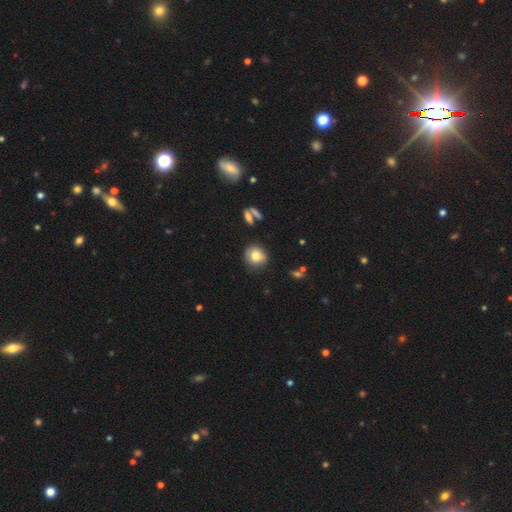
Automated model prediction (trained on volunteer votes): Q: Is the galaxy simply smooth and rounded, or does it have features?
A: smooth — 76%.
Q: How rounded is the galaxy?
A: round — 84%.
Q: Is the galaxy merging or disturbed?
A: none — 81%.